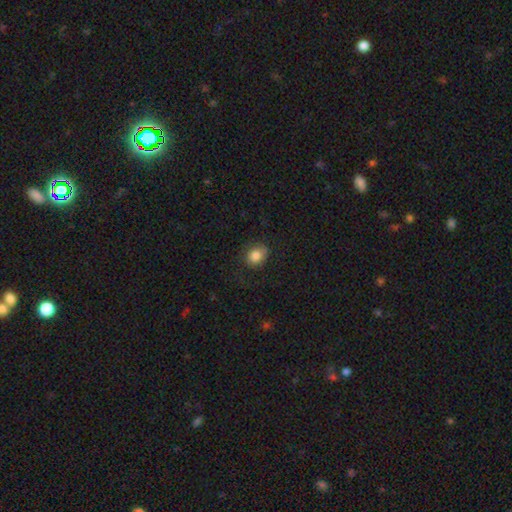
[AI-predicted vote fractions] A smooth galaxy with no disk features (83%) that is round (50%). Merging: none (73%).